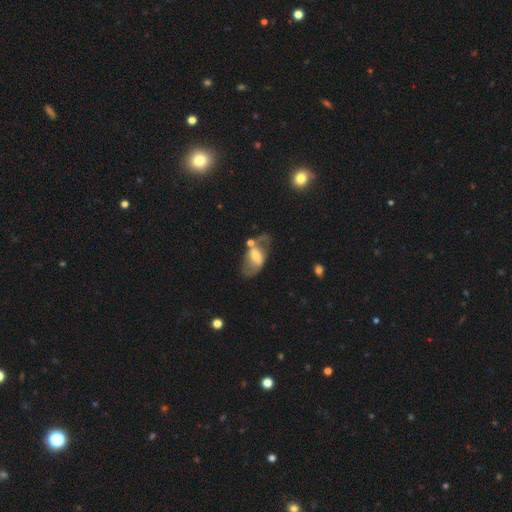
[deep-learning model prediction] smooth_or_featured: featured or disk (p=0.55) [alt: smooth p=0.37]
disk_edge_on: no (p=0.92) [alt: yes p=0.08]
bar: weak (p=0.41) [alt: no p=0.33]
has_spiral_arms: yes (p=0.60) [alt: no p=0.40]
bulge_size: moderate (p=0.53) [alt: small p=0.25]
merging: none (p=0.39) [alt: minor disturbance p=0.22]